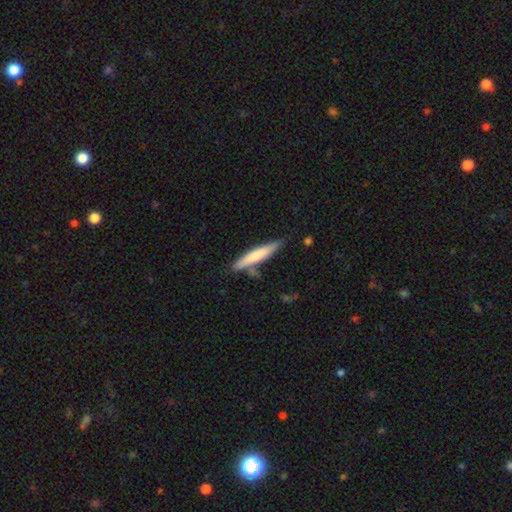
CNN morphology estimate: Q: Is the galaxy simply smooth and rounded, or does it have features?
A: smooth — 69%.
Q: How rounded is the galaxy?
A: cigar-shaped — 91%.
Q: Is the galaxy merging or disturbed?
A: none — 73%.